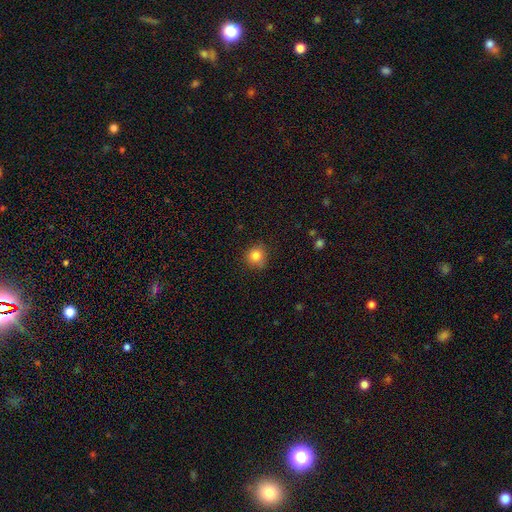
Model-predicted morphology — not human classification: smooth_or_featured: smooth (p=0.84) [alt: star or artifact p=0.11]
how_rounded: round (p=0.90) [alt: in between p=0.09]
merging: none (p=0.82) [alt: minor disturbance p=0.14]